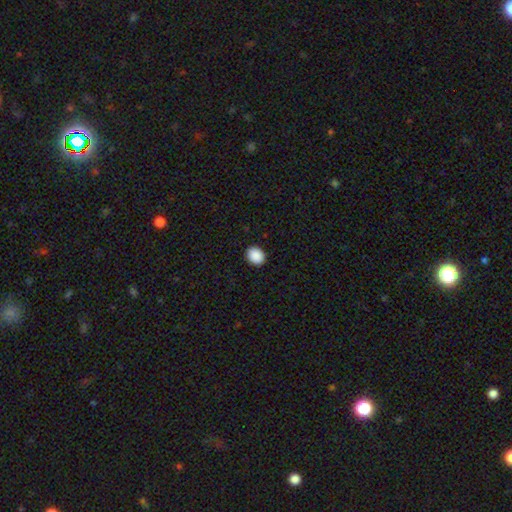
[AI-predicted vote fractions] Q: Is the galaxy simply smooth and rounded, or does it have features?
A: smooth — 90%.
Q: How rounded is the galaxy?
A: round — 54%.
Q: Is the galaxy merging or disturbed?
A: none — 92%.